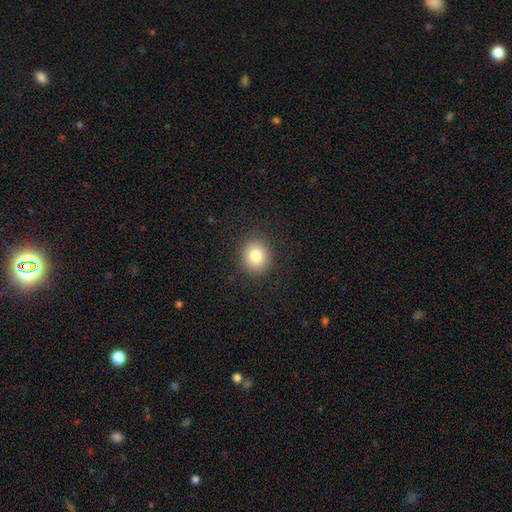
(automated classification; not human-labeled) Morphology: type=smooth (80%); roundness=round (82%); merging=none (90%).